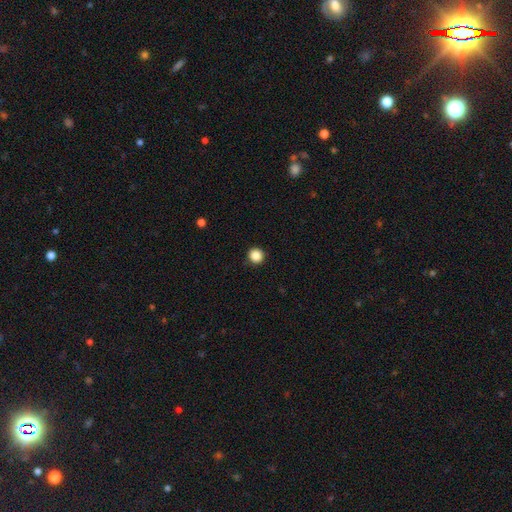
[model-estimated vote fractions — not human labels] A smooth galaxy with no disk features (87%) that is round (95%).

Vote fractions:
- Smooth or featured? smooth: 87% / star or artifact: 10% / featured or disk: 3%
- How rounded? round: 95% / in between: 4% / cigar-shaped: 1%
- Merging? none: 92% / minor disturbance: 5% / major disturbance: 2% / merger: 1%